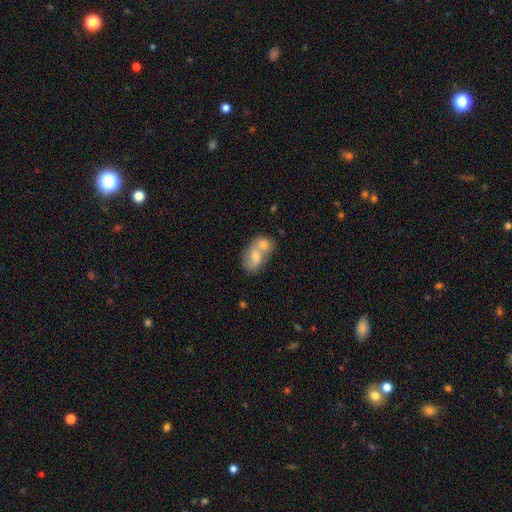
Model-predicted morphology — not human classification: Smooth or featured? smooth (56%)
How rounded? in between (75%)
Merging? merger (60%)